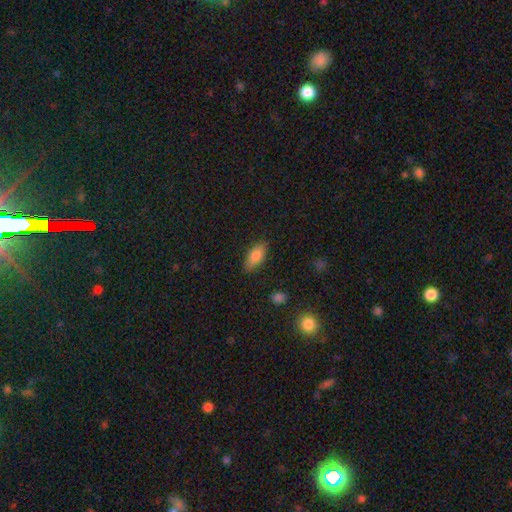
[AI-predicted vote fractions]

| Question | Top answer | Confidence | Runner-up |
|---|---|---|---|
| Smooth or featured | smooth | 83% | featured or disk (10%) |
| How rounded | in between | 84% | cigar-shaped (14%) |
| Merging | none | 85% | minor disturbance (11%) |